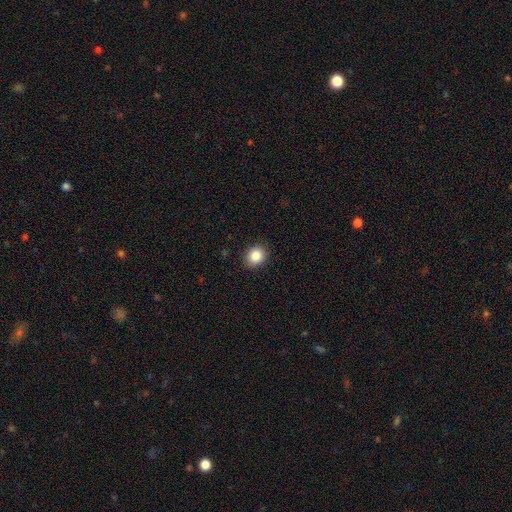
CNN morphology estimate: The model was most divided on "how rounded": round: 61%, in between: 38%, cigar-shaped: 1%. More confident: merging — none (89%); smooth or featured — smooth (85%).